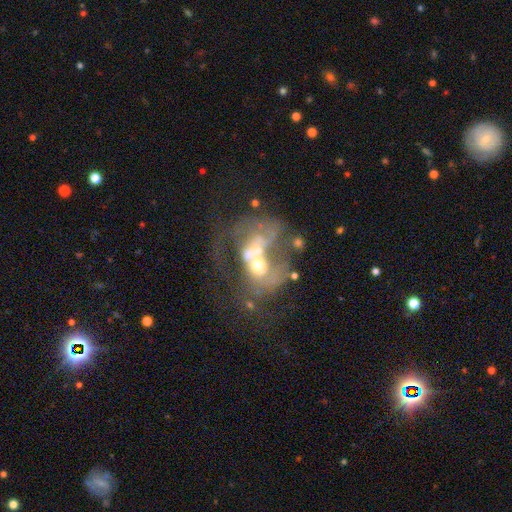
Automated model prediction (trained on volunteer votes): smooth_or_featured: featured or disk (p=0.67) [alt: smooth p=0.21]
disk_edge_on: no (p=0.97) [alt: yes p=0.03]
bar: no (p=0.78) [alt: weak p=0.17]
has_spiral_arms: no (p=0.62) [alt: yes p=0.38]
bulge_size: moderate (p=0.56) [alt: small p=0.23]
merging: merger (p=0.60) [alt: major disturbance p=0.23]